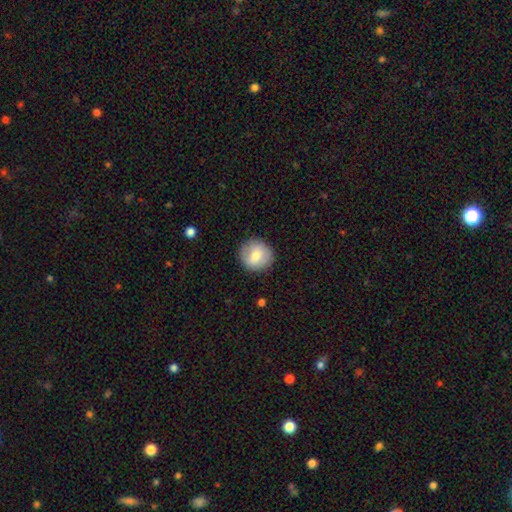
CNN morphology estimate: smooth_or_featured: smooth (p=0.69) [alt: featured or disk p=0.24]
how_rounded: round (p=0.92) [alt: in between p=0.08]
merging: none (p=0.88) [alt: minor disturbance p=0.09]